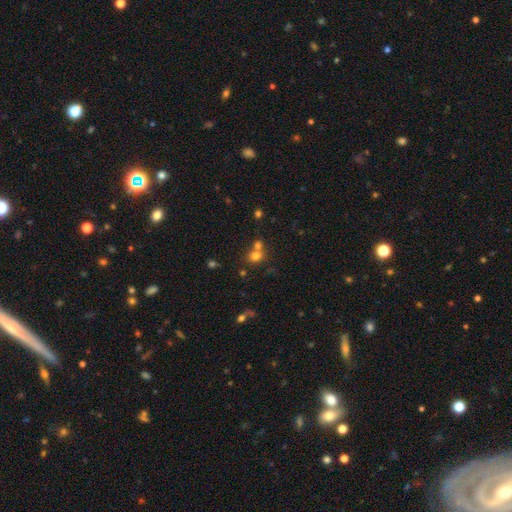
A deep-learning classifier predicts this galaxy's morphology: type=smooth (72%); roundness=round (72%); merging=none (46%).